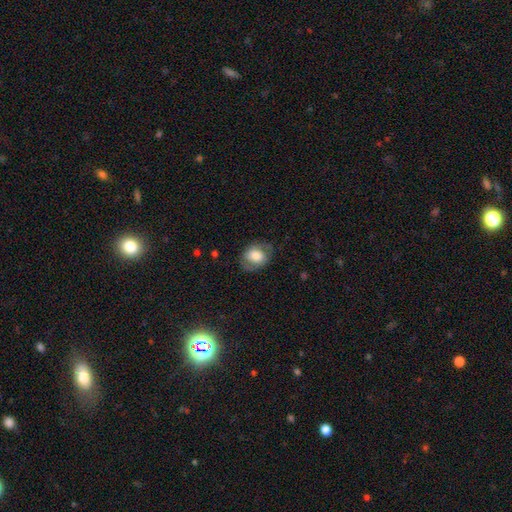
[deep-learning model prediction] This is likely a smooth galaxy (61%). How rounded: possibly in between (51%). Merging: likely none (70%).